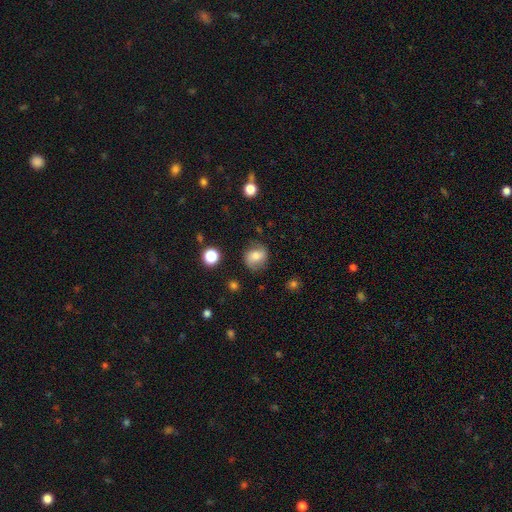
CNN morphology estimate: A smooth galaxy with no disk features (63%) that is round (71%). Merging: none (76%).